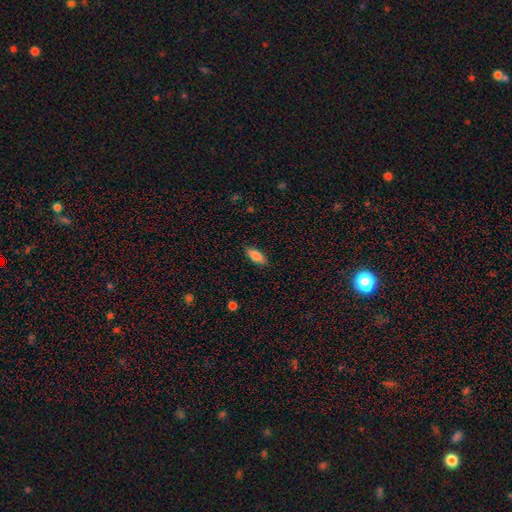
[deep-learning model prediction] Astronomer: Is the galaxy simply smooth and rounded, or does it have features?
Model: smooth — 83%.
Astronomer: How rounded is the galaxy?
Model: in between — 76%.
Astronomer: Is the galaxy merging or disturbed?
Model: none — 85%.